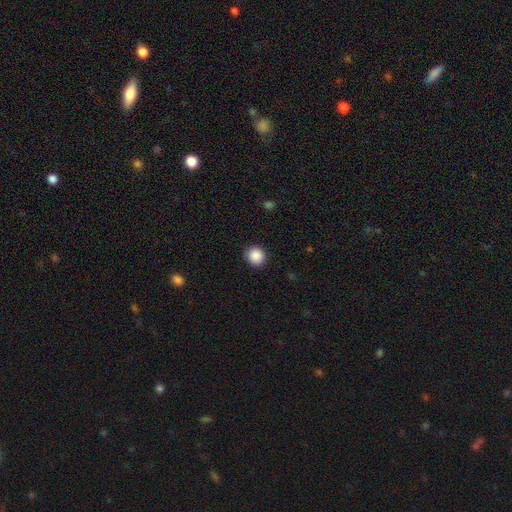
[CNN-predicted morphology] A smooth galaxy with no disk features (88%) that is round (88%). Merging: none (90%).